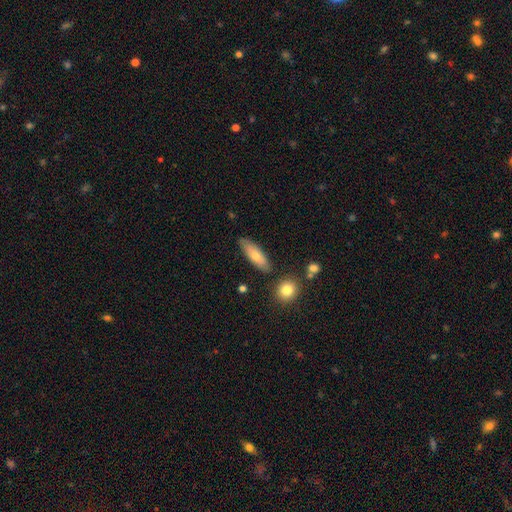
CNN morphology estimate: smooth_or_featured: smooth (p=0.72) [alt: featured or disk p=0.22]
how_rounded: in between (p=0.54) [alt: cigar-shaped p=0.44]
merging: none (p=0.81) [alt: minor disturbance p=0.13]